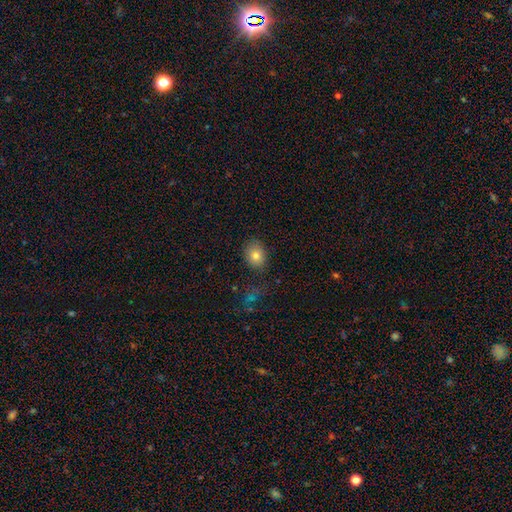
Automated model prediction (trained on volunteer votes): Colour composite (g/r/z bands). It shows a smooth galaxy with no disk features (80%) that is in between round and cigar-shaped (54%). Merging: none (79%).